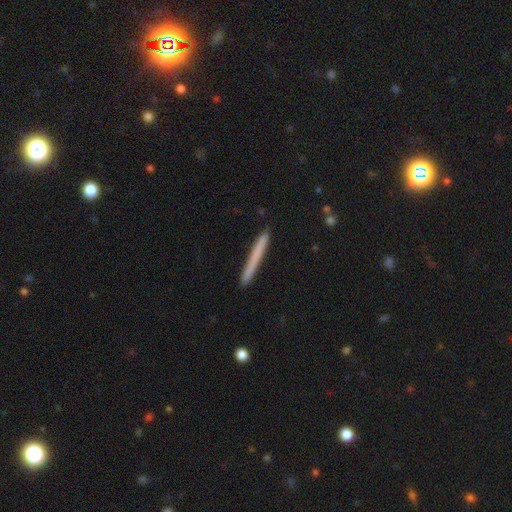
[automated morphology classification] smooth 68%, featured or disk 26%, star or artifact 6%. Down the decision tree: how rounded — cigar-shaped (97%); merging — none (91%).